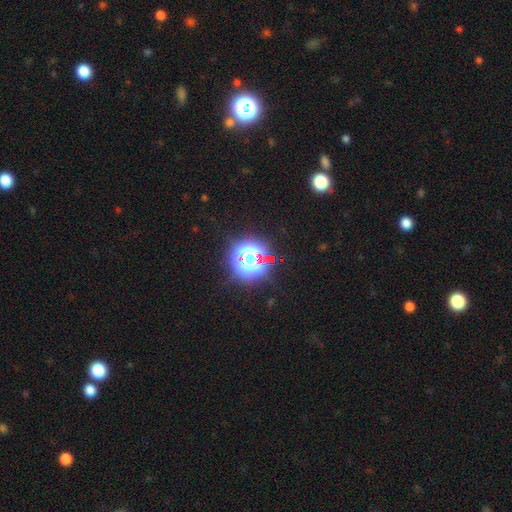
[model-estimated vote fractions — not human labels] A star or artifact, not a galaxy (78%).

Vote fractions:
- Smooth or featured? star or artifact: 78% / smooth: 14% / featured or disk: 8%